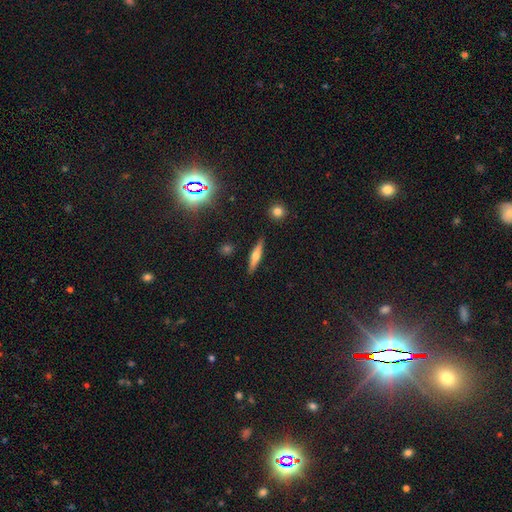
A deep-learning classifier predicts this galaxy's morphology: Overall: featured or disk (49%; smooth 43%). Merging: none (88%).